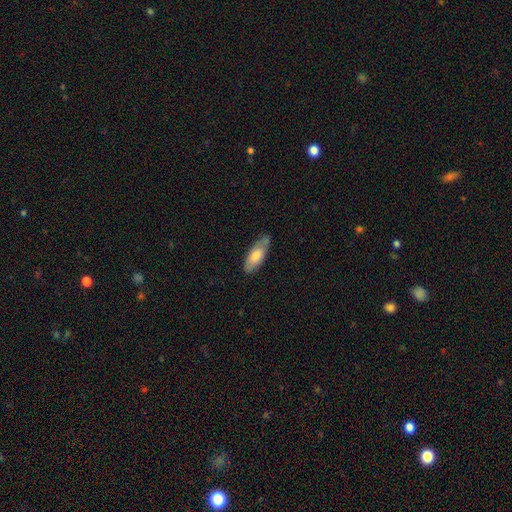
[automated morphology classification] Smooth or featured? smooth (69%)
How rounded? in between (68%)
Merging? none (71%)